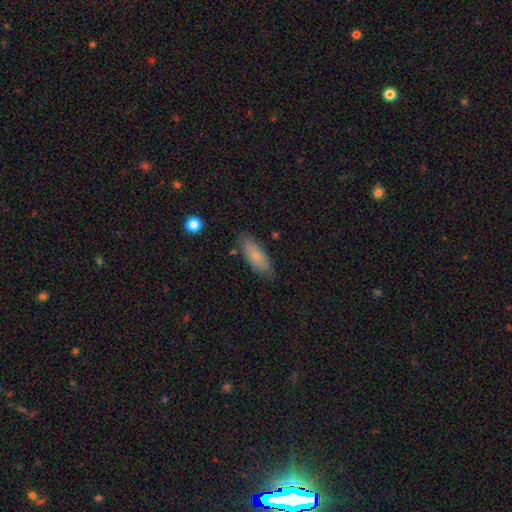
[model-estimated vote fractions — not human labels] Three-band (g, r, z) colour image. It shows a smooth galaxy with no disk features (78%) that is in between round and cigar-shaped (68%). Merging: none (82%).